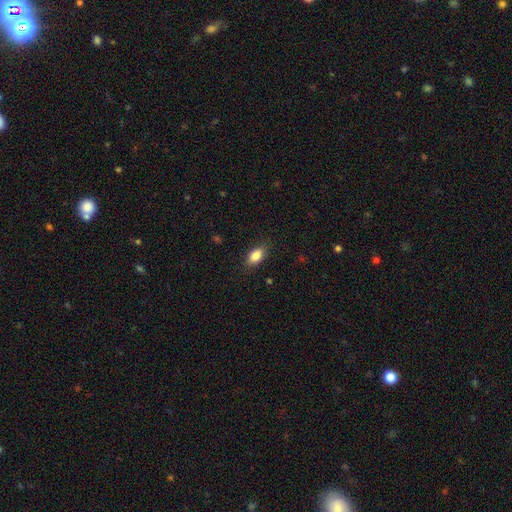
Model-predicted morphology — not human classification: The model was most divided on "merging": none: 85%, minor disturbance: 11%, major disturbance: 3%, merger: 1%. More confident: how rounded — in between (89%); smooth or featured — smooth (86%).